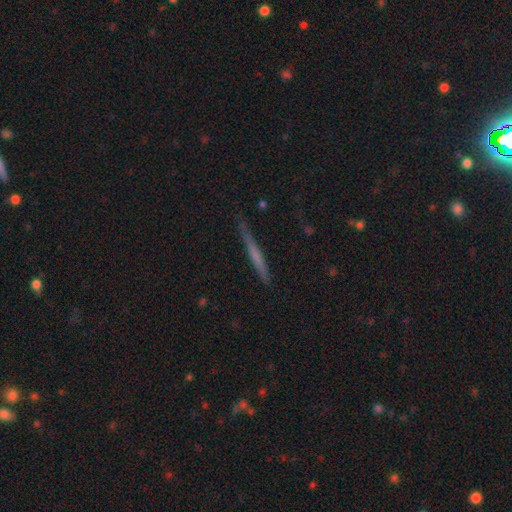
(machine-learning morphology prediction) type=featured or disk (47%); merging=none (85%).